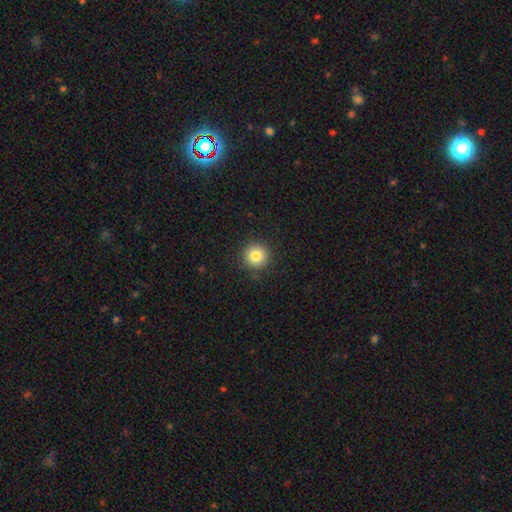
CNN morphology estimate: Smooth or featured? Predicted: smooth (p=0.83). How rounded? Predicted: round (p=0.95). Merging? Predicted: none (p=0.90).